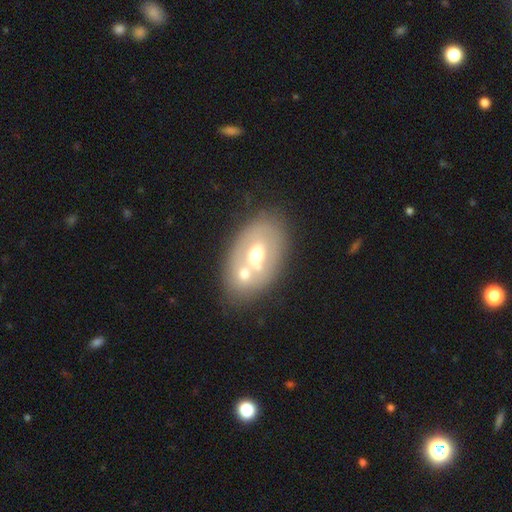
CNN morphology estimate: type=featured or disk (50%); merging=merger (44%).